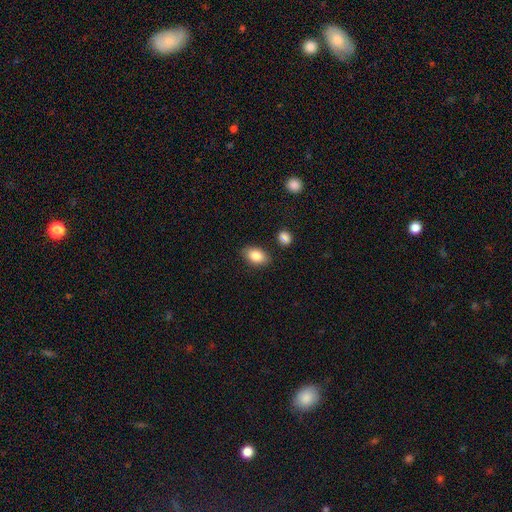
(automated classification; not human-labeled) smooth_or_featured: smooth (p=0.85) [alt: star or artifact p=0.08]
how_rounded: in between (p=0.88) [alt: round p=0.10]
merging: none (p=0.83) [alt: minor disturbance p=0.11]